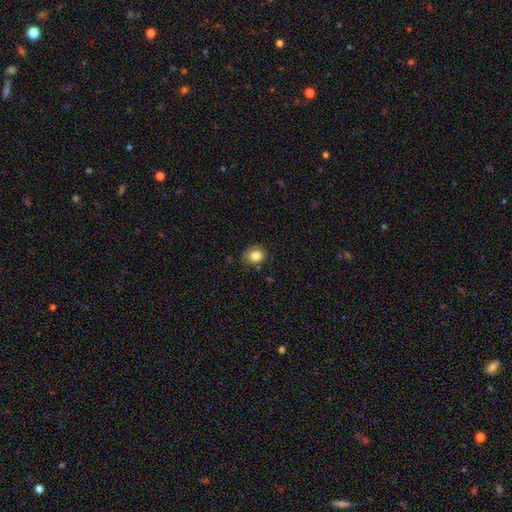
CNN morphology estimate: Overall: smooth (83%). How rounded: round (67%; in between 32%). Merging: none (78%).